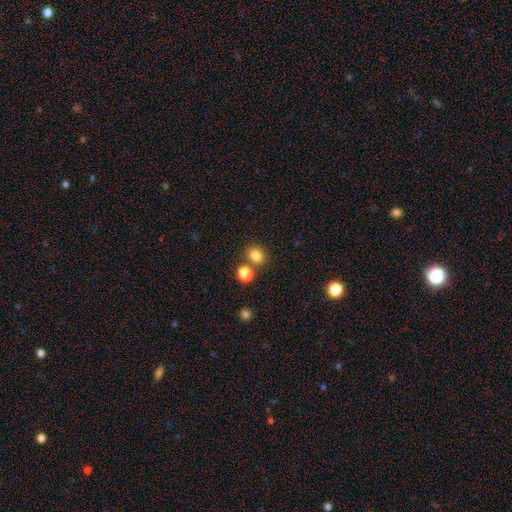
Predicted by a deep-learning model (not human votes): Q: Smooth or featured?
A: smooth (82%); runner-up: star or artifact (12%)
Q: How rounded?
A: round (73%); runner-up: in between (26%)
Q: Merging?
A: none (73%); runner-up: merger (16%)